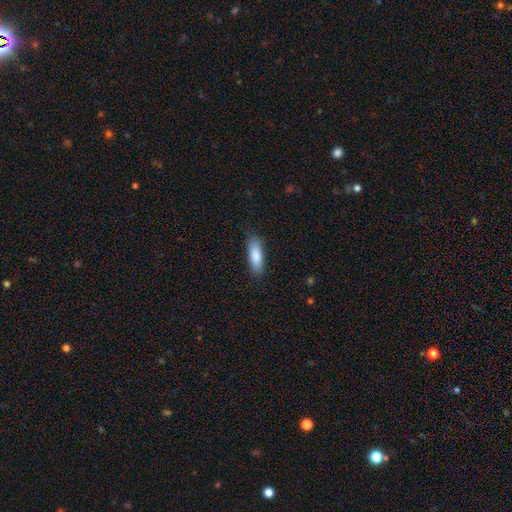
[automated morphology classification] type=smooth (82%); roundness=in between (52%); merging=none (85%).